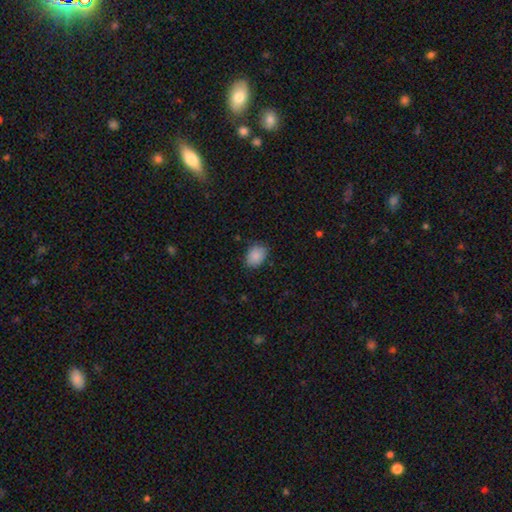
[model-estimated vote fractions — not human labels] smooth_or_featured: smooth (p=0.88) [alt: star or artifact p=0.08]
how_rounded: in between (p=0.65) [alt: round p=0.34]
merging: none (p=0.79) [alt: minor disturbance p=0.17]